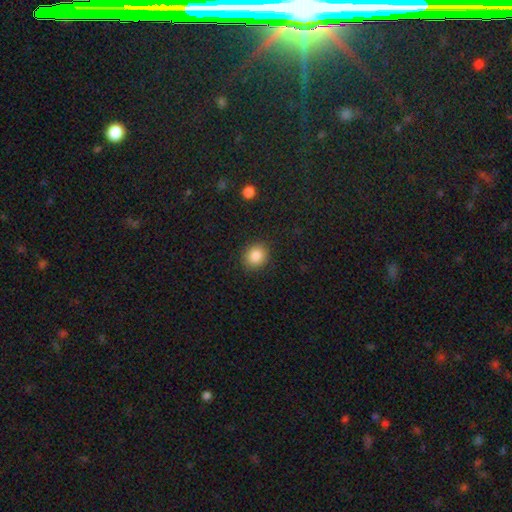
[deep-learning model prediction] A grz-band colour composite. It shows a smooth galaxy with no disk features (87%) that is round (75%). Merging: none (89%).